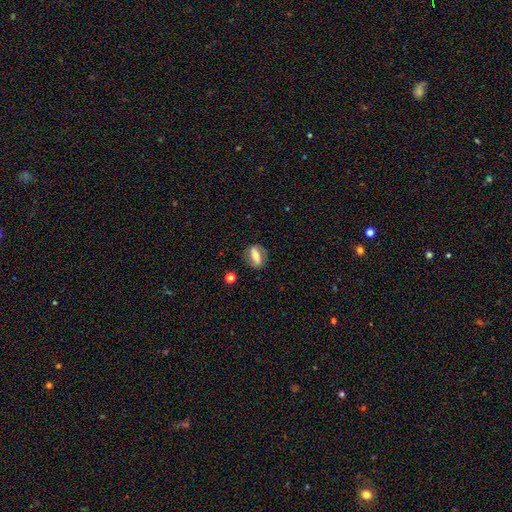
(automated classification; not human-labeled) Smooth or featured?
  - featured or disk: 57% *
  - smooth: 36%
  - star or artifact: 8%
Edge-on disk?
  - no: 85% *
  - yes: 15%
Merging?
  - none: 78% *
  - minor disturbance: 14%
  - major disturbance: 5%
  - merger: 2%